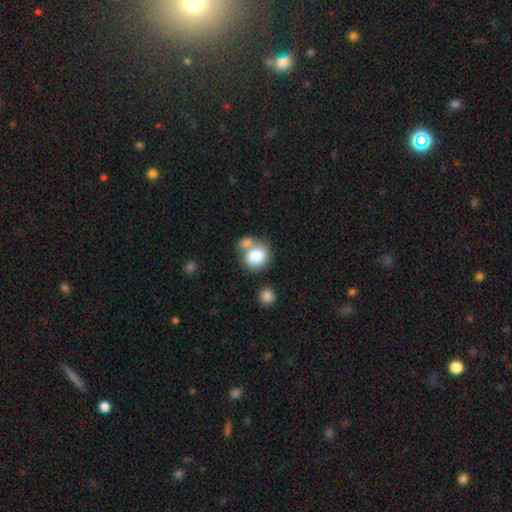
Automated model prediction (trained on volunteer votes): Morphology: type=smooth (81%); roundness=round (70%); merging=merger (43%).